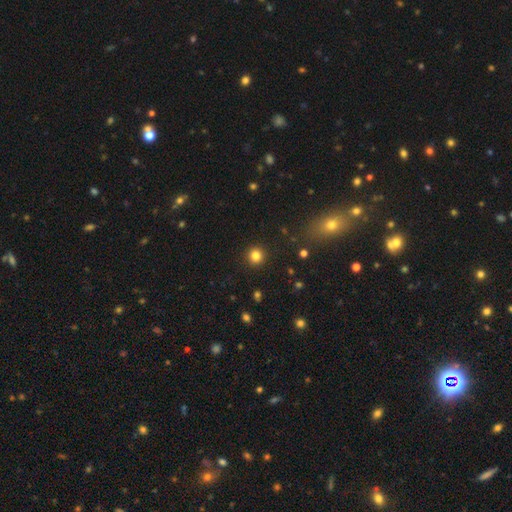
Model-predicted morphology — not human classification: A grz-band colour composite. It shows a smooth galaxy with no disk features (82%) that is round (94%). Merging: none (92%).